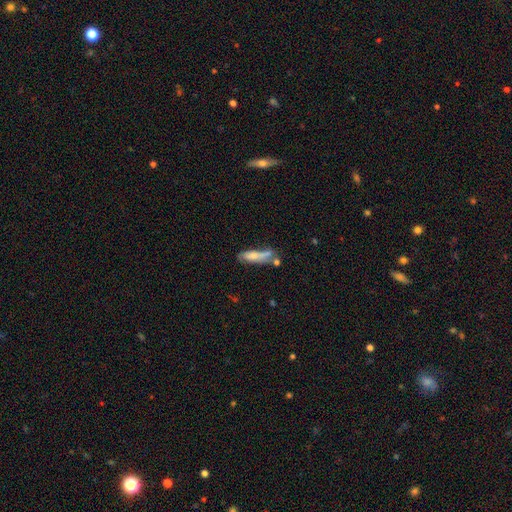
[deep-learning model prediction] This is likely a smooth galaxy (63%). How rounded: likely cigar-shaped (67%). Merging: marginally none (41%).